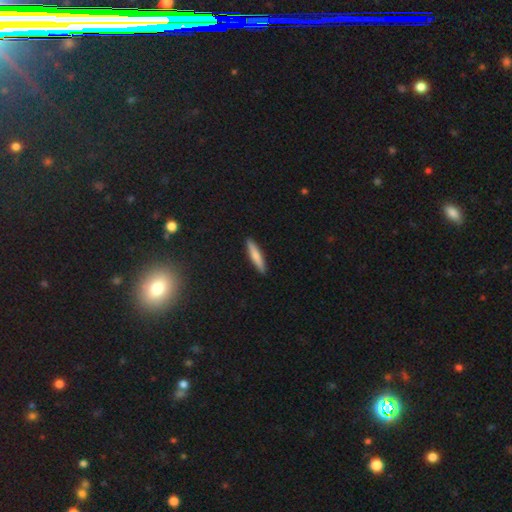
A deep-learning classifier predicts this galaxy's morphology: smooth_or_featured: smooth (p=0.76) [alt: featured or disk p=0.18]
how_rounded: cigar-shaped (p=0.88) [alt: in between p=0.11]
merging: none (p=0.91) [alt: minor disturbance p=0.06]